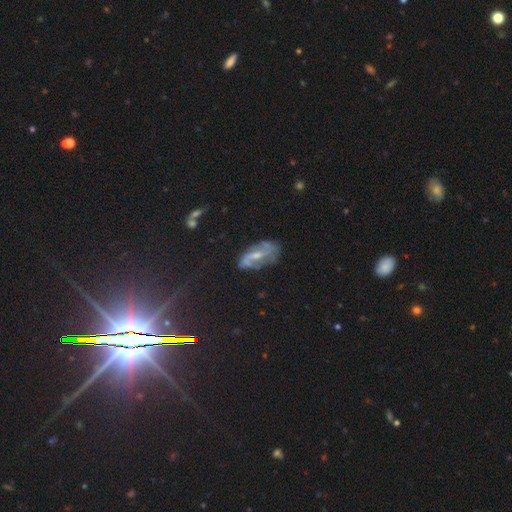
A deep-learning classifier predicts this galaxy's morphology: The model was most divided on "bulge size": small: 47%, moderate: 44%, none: 6%, large: 2%, dominant: 1%. Remaining: edge-on disk — no (92%); spiral arms — yes (82%); spiral arm count — 2 (70%); smooth or featured — featured or disk (69%); merging — none (62%); bar — weak (48%); spiral winding — loose (41%).